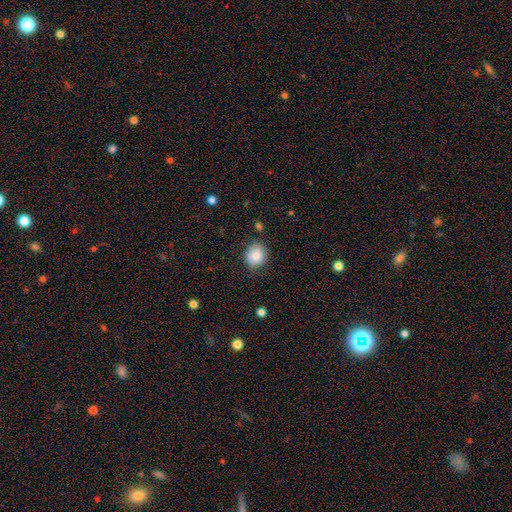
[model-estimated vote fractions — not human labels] This is clearly a smooth galaxy (85%). How rounded: likely round (72%). Merging: clearly none (83%).